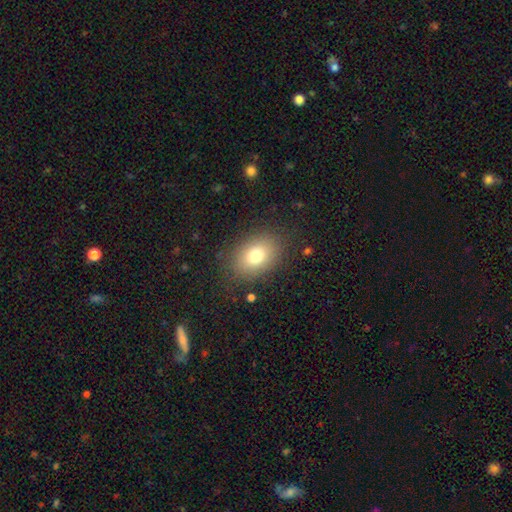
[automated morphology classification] smooth 77%, featured or disk 12%, star or artifact 11%. Down the decision tree: how rounded — in between (74%); merging — none (83%).